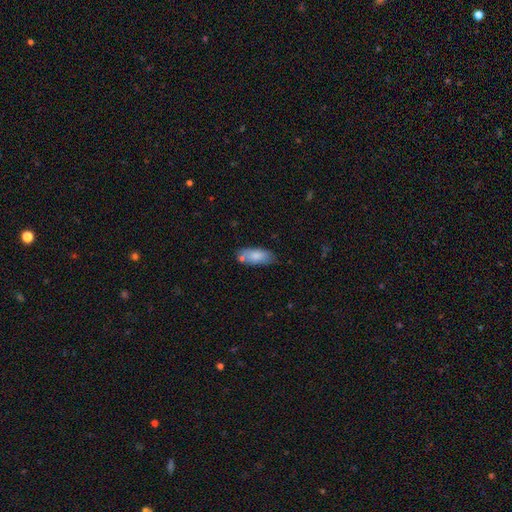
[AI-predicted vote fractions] This is likely a smooth galaxy (80%). How rounded: clearly in between (84%). Merging: likely none (65%).